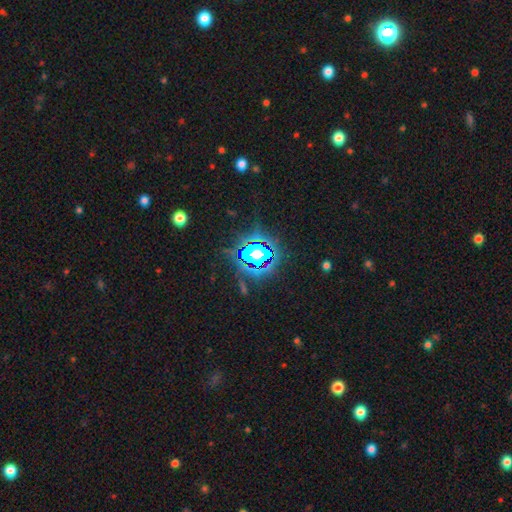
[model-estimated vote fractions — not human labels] star or artifact 83%, smooth 10%, featured or disk 7%.